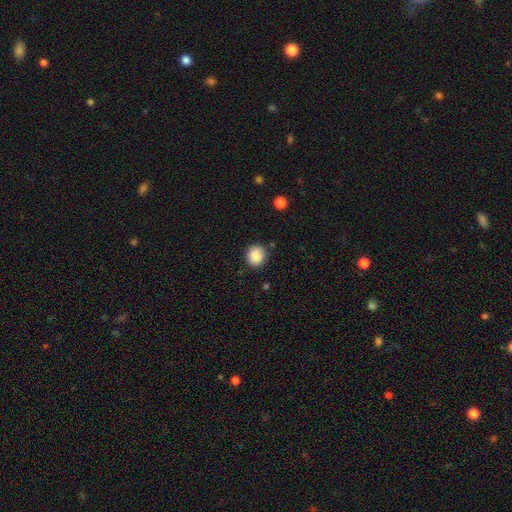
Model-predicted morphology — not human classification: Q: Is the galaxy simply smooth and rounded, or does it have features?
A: smooth — 88%.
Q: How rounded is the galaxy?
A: round — 83%.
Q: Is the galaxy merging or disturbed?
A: none — 86%.